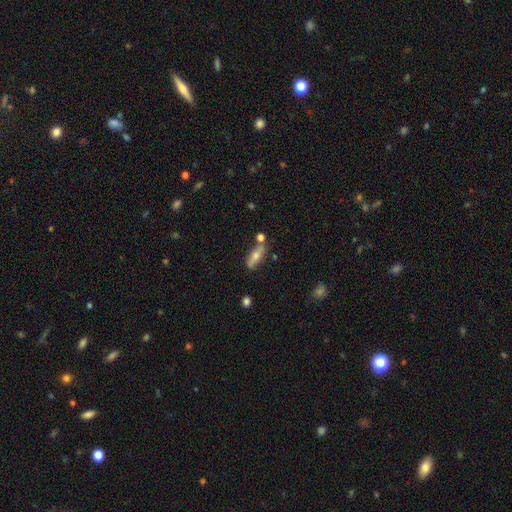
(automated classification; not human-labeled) Smooth or featured?
  - smooth: 51% *
  - featured or disk: 40%
  - star or artifact: 9%
How rounded?
  - in between: 51% *
  - cigar-shaped: 45%
  - round: 4%
Merging?
  - none: 67% *
  - minor disturbance: 16%
  - merger: 12%
  - major disturbance: 5%